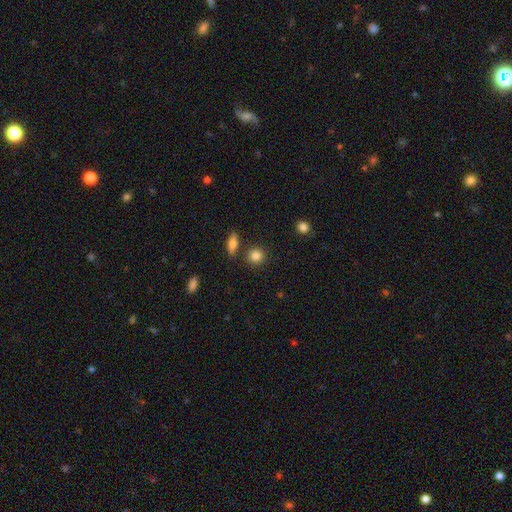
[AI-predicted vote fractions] A smooth galaxy with no disk features (85%) that is round (83%). Merging: none (82%).